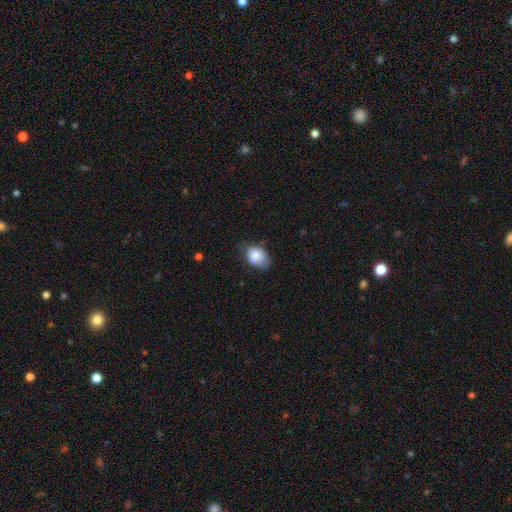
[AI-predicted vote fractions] Morphology: type=smooth (82%); roundness=in between (72%); merging=none (59%).